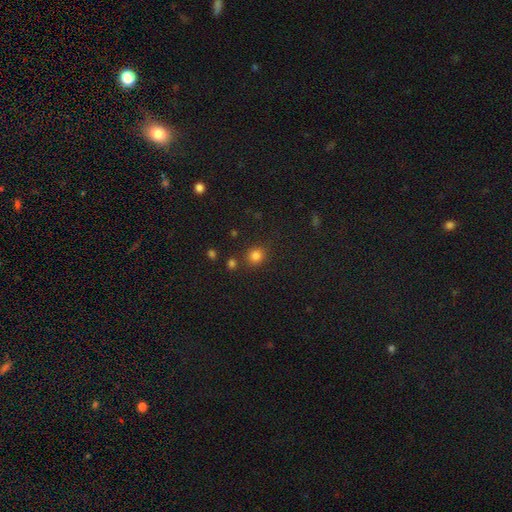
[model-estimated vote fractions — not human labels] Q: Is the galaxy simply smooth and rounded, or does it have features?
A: smooth — 81%.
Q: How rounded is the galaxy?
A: round — 85%.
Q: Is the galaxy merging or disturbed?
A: none — 82%.